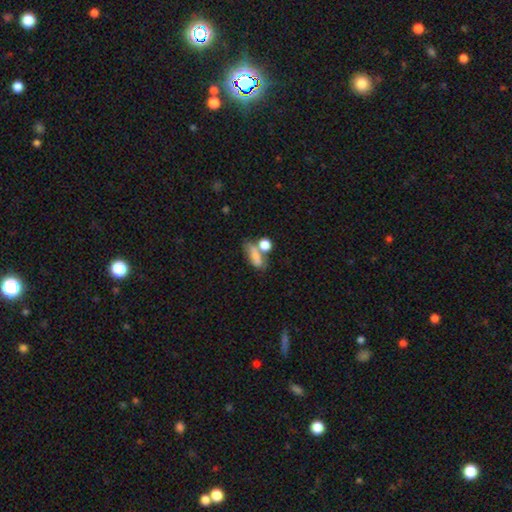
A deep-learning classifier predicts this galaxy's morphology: type=smooth (73%); roundness=in between (63%); merging=merger (38%).